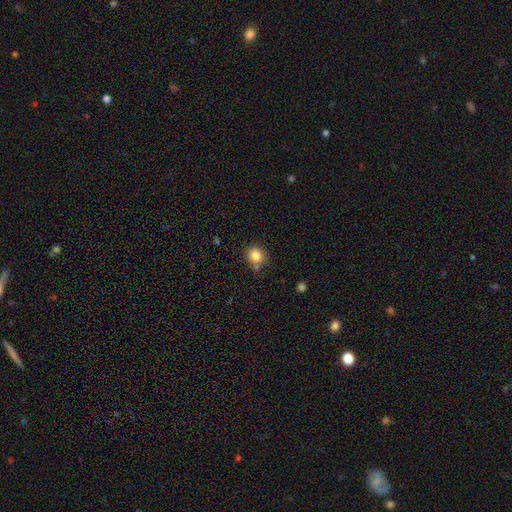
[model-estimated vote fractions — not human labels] This appears to be a smooth galaxy with no disk features (83%) that is round (80%). Merging: none (73%).